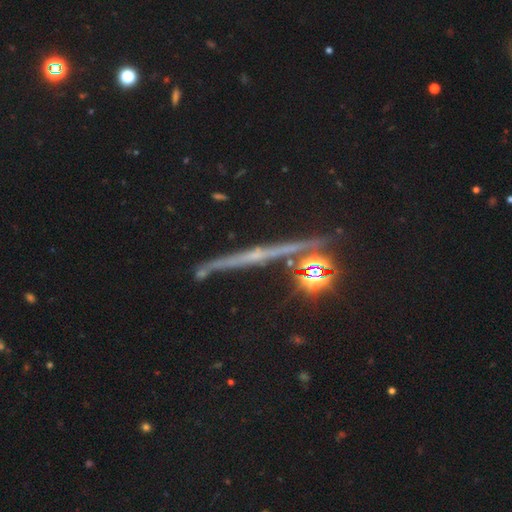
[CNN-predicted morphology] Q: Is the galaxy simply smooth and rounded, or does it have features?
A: featured or disk — 64%.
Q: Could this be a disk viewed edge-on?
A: yes — 95%.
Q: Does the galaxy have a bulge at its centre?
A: rounded — 45%.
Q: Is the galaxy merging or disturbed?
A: none — 83%.